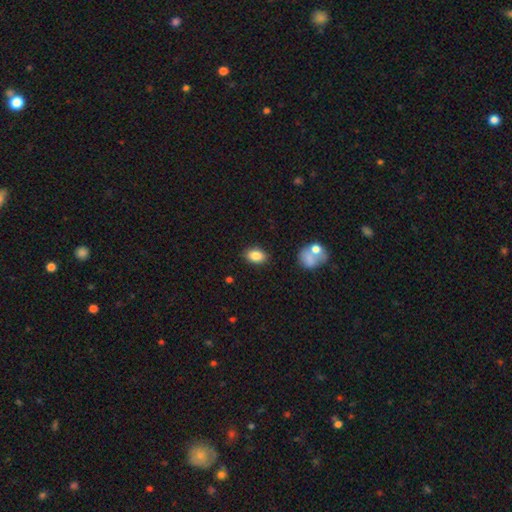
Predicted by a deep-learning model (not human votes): Morphology: type=smooth (85%); roundness=in between (82%); merging=none (86%).